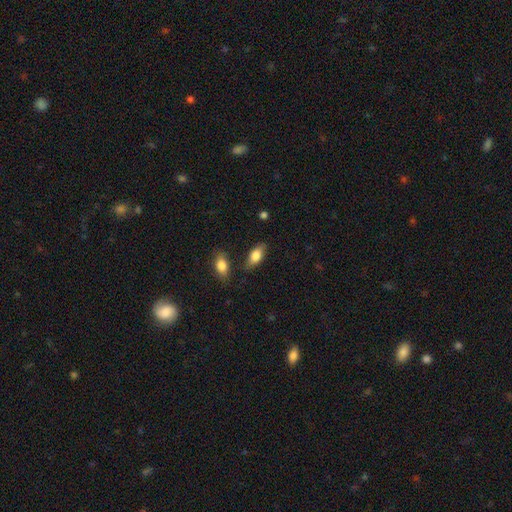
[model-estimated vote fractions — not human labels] Morphology: type=smooth (77%); roundness=in between (86%); merging=none (78%).